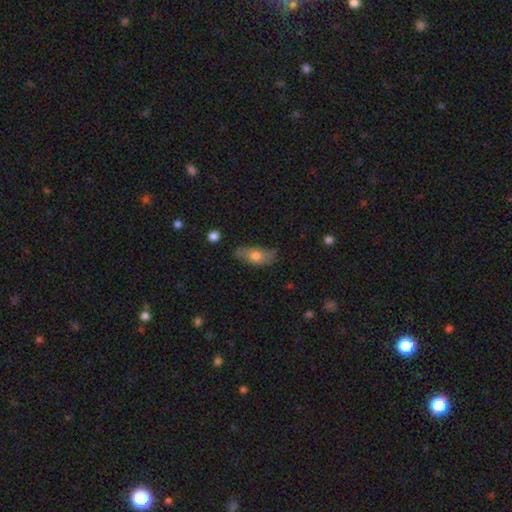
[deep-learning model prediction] Overall: smooth (64%; featured or disk 29%). How rounded: in between (80%). Merging: none (68%).